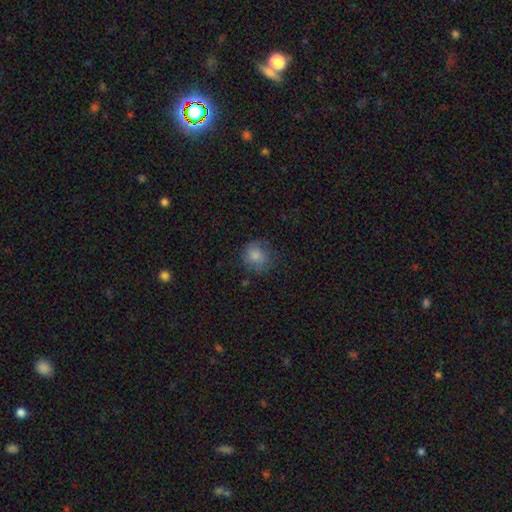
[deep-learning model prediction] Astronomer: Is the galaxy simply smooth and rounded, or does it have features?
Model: smooth — 82%.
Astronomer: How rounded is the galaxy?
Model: round — 83%.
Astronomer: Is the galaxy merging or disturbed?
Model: none — 74%.